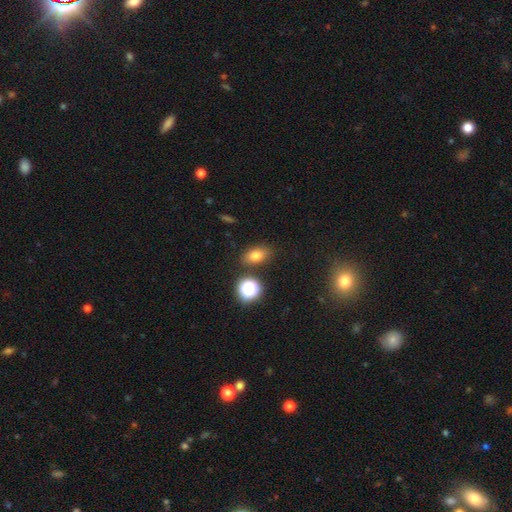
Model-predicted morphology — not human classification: A smooth galaxy with no disk features (75%) that is in between round and cigar-shaped (78%). Merging: none (82%).